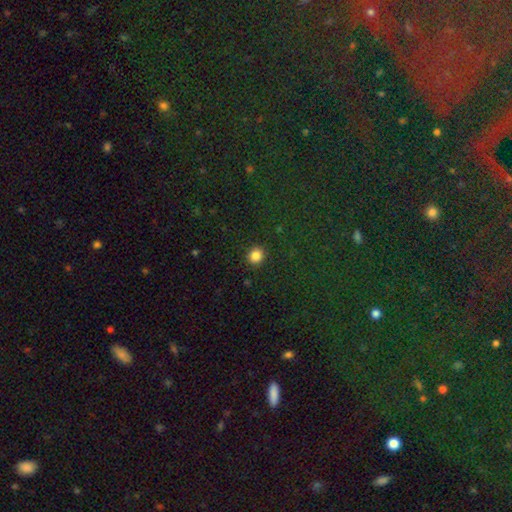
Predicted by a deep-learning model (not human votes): Q: Smooth or featured?
A: smooth (85%); runner-up: star or artifact (11%)
Q: How rounded?
A: round (84%); runner-up: in between (15%)
Q: Merging?
A: none (91%); runner-up: minor disturbance (6%)